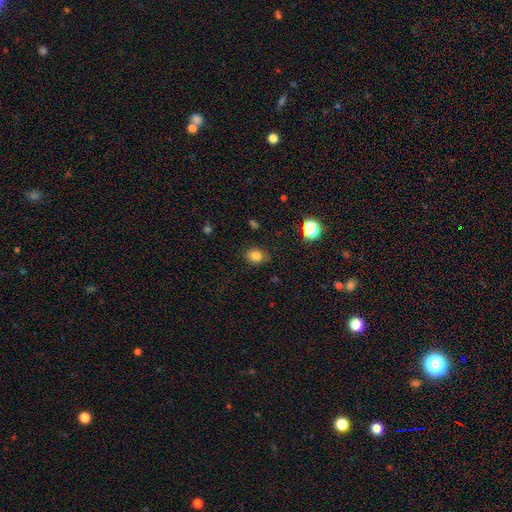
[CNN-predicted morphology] smooth-or-featured: smooth: 82% | star or artifact: 13% | featured or disk: 5%
  how-rounded: in between: 54% | round: 45% | cigar-shaped: 1%
  merging: none: 83% | minor disturbance: 12% | major disturbance: 3% | merger: 1%